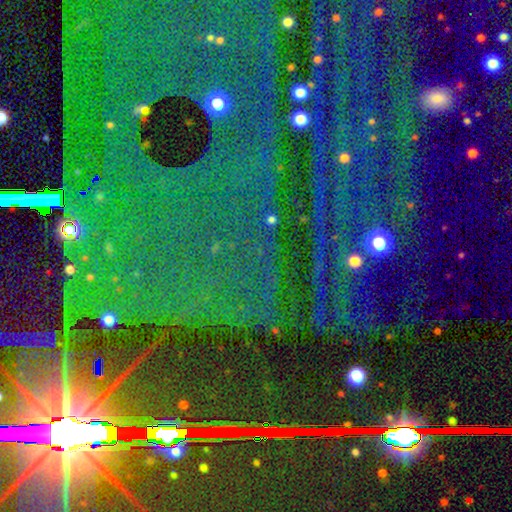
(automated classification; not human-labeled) Overall: star or artifact (85%).